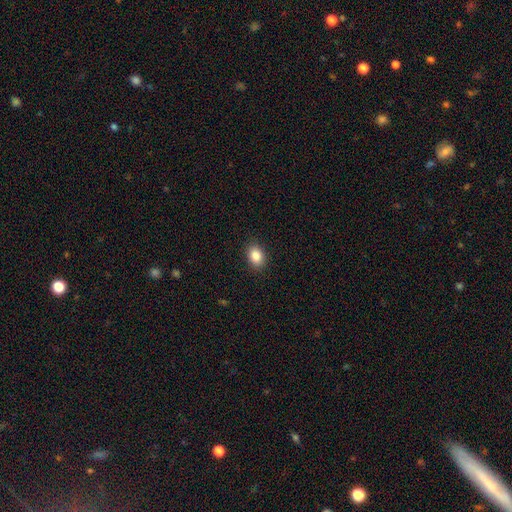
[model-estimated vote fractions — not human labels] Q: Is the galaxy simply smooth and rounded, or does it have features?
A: smooth — 85%.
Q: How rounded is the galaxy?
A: in between — 71%.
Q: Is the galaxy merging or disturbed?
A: none — 89%.